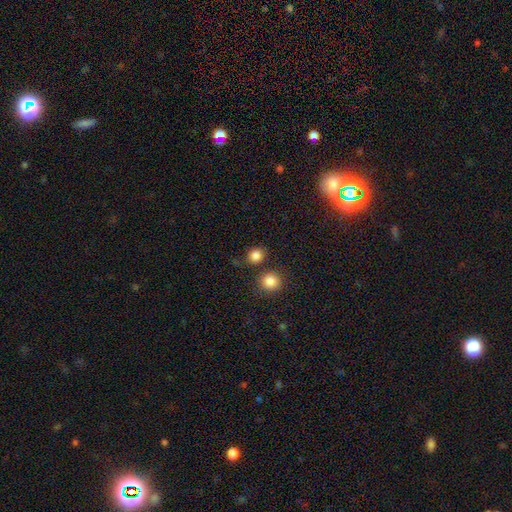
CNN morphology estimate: Smooth or featured? smooth (84%)
How rounded? round (74%)
Merging? none (77%)